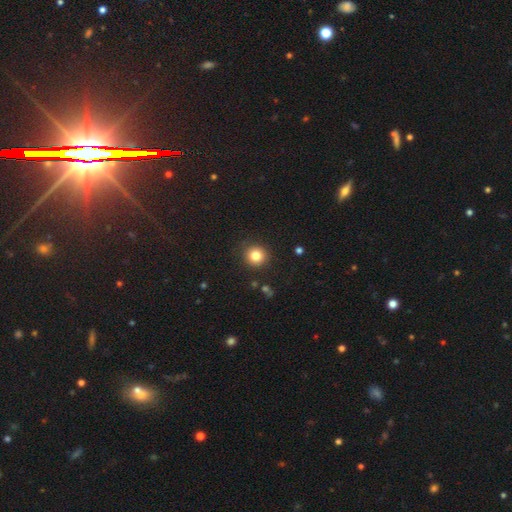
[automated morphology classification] Smooth or featured?
  - smooth: 82% *
  - star or artifact: 12%
  - featured or disk: 6%
How rounded?
  - round: 92% *
  - in between: 7%
  - cigar-shaped: 1%
Merging?
  - none: 89% *
  - minor disturbance: 7%
  - major disturbance: 2%
  - merger: 1%